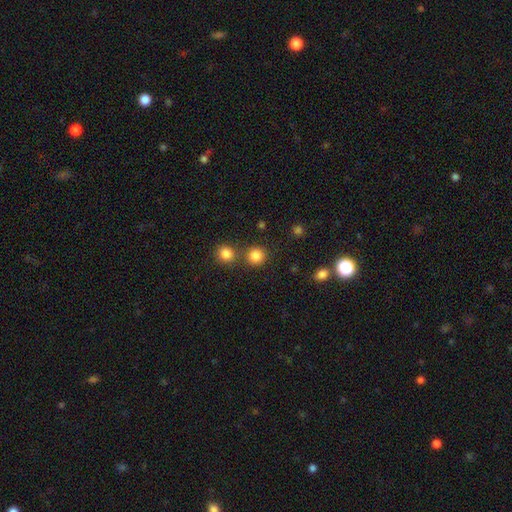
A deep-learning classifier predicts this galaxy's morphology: A smooth galaxy with no disk features (84%) that is round (91%). Merging: none (76%).